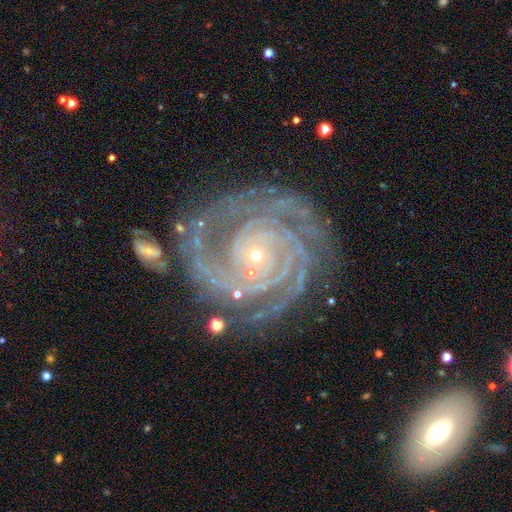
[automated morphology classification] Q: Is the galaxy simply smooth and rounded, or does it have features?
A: featured or disk — 92%.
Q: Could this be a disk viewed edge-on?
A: no — 98%.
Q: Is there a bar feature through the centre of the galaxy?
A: no — 72%.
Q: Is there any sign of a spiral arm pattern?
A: yes — 99%.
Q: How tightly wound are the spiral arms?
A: tight — 83%.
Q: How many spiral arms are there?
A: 3 — 26%.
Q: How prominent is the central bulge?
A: small — 84%.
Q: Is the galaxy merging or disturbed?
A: none — 75%.